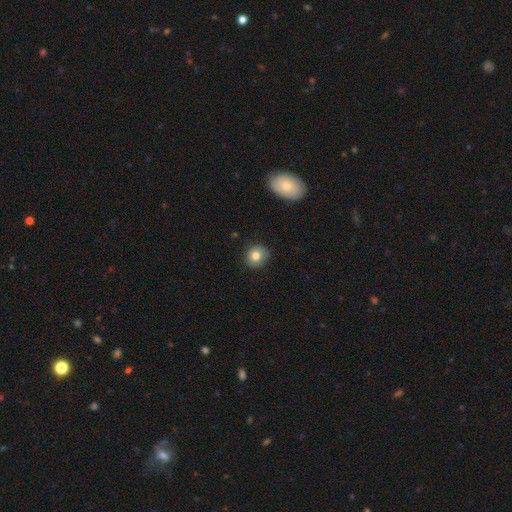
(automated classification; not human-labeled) smooth 80%, featured or disk 10%, star or artifact 10%. Down the decision tree: how rounded — round (80%); merging — none (85%).